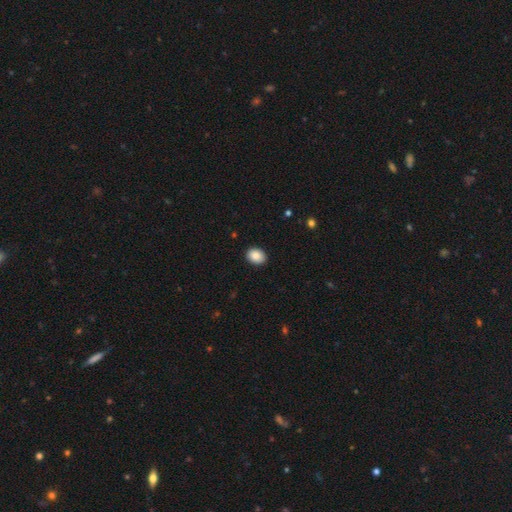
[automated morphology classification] The model was most divided on "how rounded": in between: 64%, round: 35%, cigar-shaped: 1%. More confident: merging — none (91%); smooth or featured — smooth (89%).